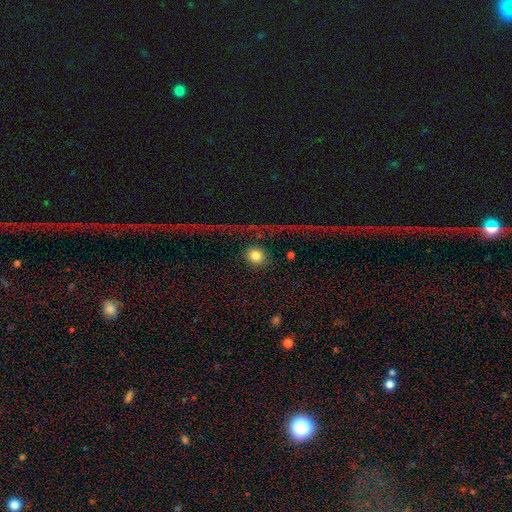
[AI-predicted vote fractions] smooth_or_featured: smooth (p=0.78) [alt: star or artifact p=0.13]
how_rounded: round (p=0.87) [alt: in between p=0.11]
merging: none (p=0.81) [alt: minor disturbance p=0.09]